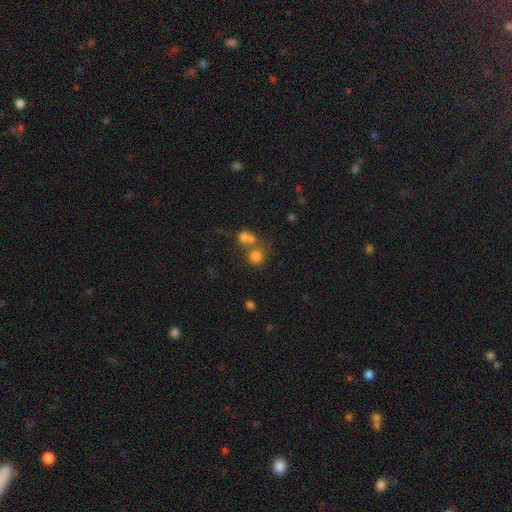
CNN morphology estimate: This is likely a smooth galaxy (76%). How rounded: clearly round (86%). Merging: possibly none (54%).